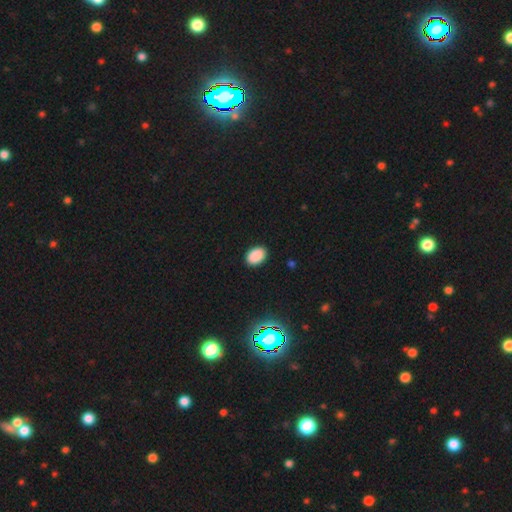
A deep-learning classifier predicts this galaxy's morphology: This is clearly a smooth galaxy (88%). How rounded: clearly in between (83%). Merging: clearly none (90%).